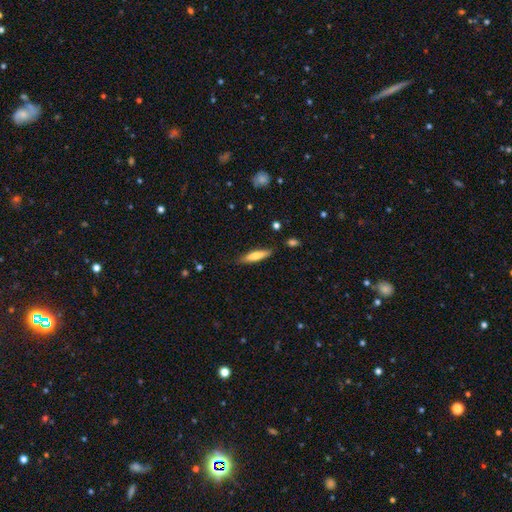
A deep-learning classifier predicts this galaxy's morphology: A smooth galaxy with no disk features (66%) that is cigar-shaped (75%). Merging: none (83%).